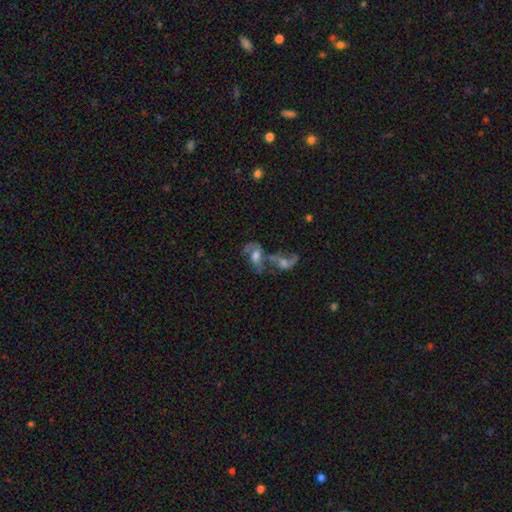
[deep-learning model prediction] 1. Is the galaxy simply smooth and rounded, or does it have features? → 60% featured or disk, 27% smooth, 12% star or artifact.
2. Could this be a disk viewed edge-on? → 94% no, 6% yes.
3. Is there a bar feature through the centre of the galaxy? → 62% no, 29% weak, 9% strong.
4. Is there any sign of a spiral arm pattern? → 64% yes, 36% no.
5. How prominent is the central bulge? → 51% moderate, 19% large, 17% small, 10% none, 3% dominant.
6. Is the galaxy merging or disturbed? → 63% merger, 15% none, 14% major disturbance, 7% minor disturbance.